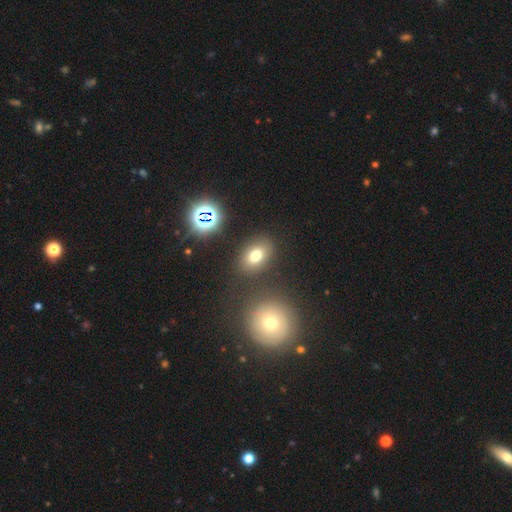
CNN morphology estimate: smooth_or_featured: smooth (p=0.72) [alt: star or artifact p=0.16]
how_rounded: in between (p=0.74) [alt: round p=0.24]
merging: none (p=0.82) [alt: minor disturbance p=0.09]